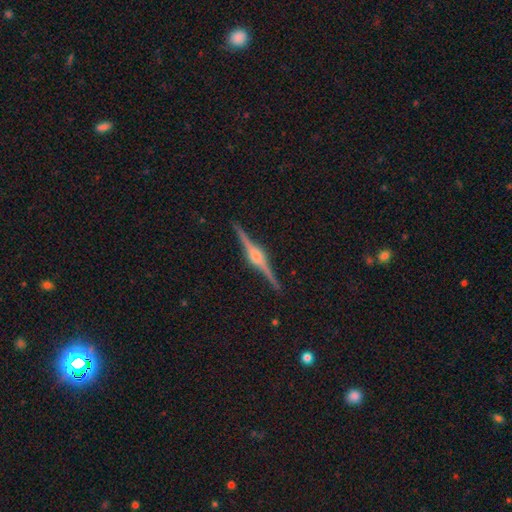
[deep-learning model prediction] Smooth or featured: featured or disk — 90% (smooth — 5%)
Edge-on disk: yes — 99% (no — 1%)
Edge-on bulge: rounded — 87% (boxy — 11%)
Merging: none — 92% (minor disturbance — 6%)